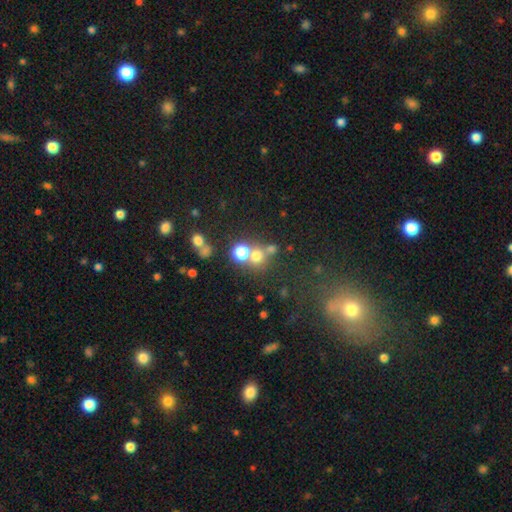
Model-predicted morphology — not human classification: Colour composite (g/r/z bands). It shows a smooth galaxy with no disk features (63%) that is round (88%). Merging: none (56%).